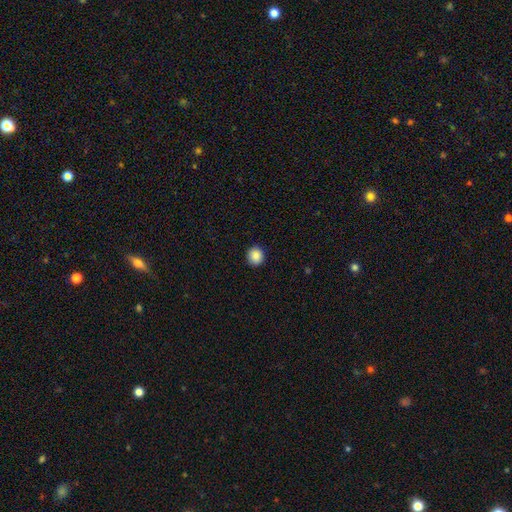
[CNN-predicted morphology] Smooth or featured? Predicted: smooth (p=0.88). How rounded? Predicted: round (p=0.89). Merging? Predicted: none (p=0.91).